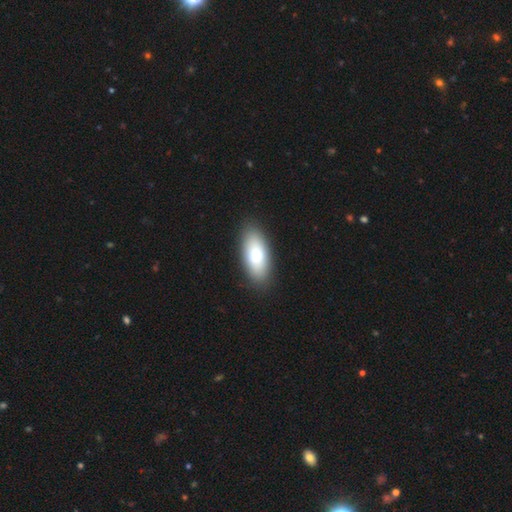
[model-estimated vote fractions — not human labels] smooth 74%, featured or disk 19%, star or artifact 6%. Down the decision tree: how rounded — in between (85%); merging — none (89%).